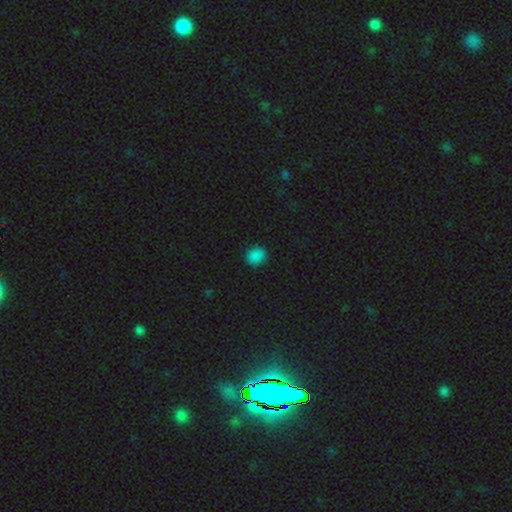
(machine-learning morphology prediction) type=smooth (84%); roundness=round (55%); merging=none (88%).